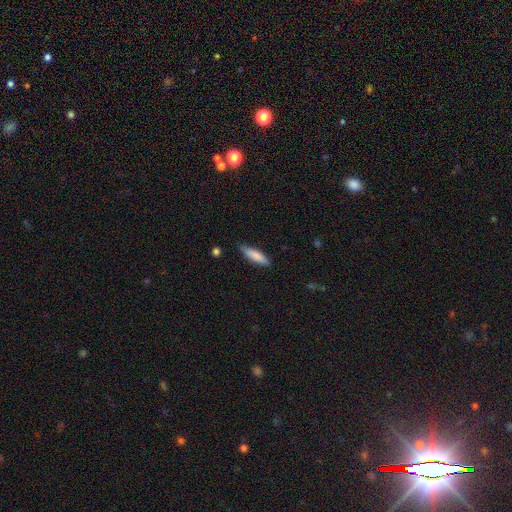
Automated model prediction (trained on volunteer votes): Overall: smooth (83%). How rounded: cigar-shaped (67%; in between 31%). Merging: none (81%).